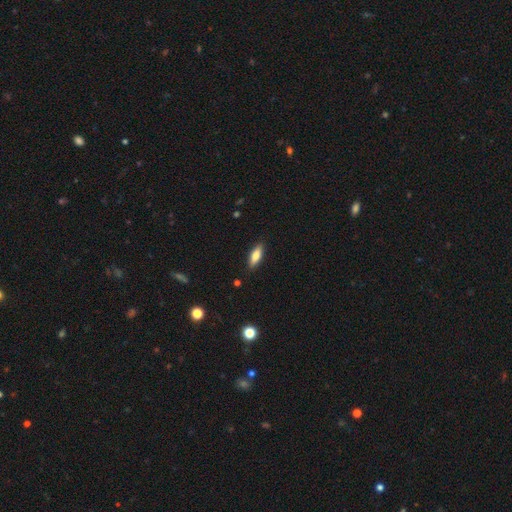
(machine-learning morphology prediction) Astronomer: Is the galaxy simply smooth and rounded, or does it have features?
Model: smooth — 77%.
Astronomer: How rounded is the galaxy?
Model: in between — 59% (runner-up: cigar-shaped, 39%).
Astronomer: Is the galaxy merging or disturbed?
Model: none — 87%.